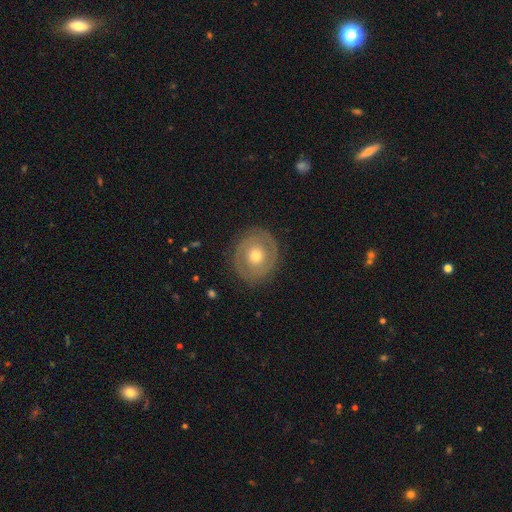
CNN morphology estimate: Smooth or featured?
  - featured or disk: 57% *
  - smooth: 37%
  - star or artifact: 6%
Edge-on disk?
  - no: 95% *
  - yes: 5%
Bar?
  - no: 84% *
  - weak: 12%
  - strong: 4%
Spiral arms?
  - no: 64% *
  - yes: 36%
Bulge size?
  - moderate: 65% *
  - small: 27%
  - large: 5%
  - dominant: 1%
  - none: 1%
Merging?
  - none: 85% *
  - minor disturbance: 10%
  - major disturbance: 4%
  - merger: 1%